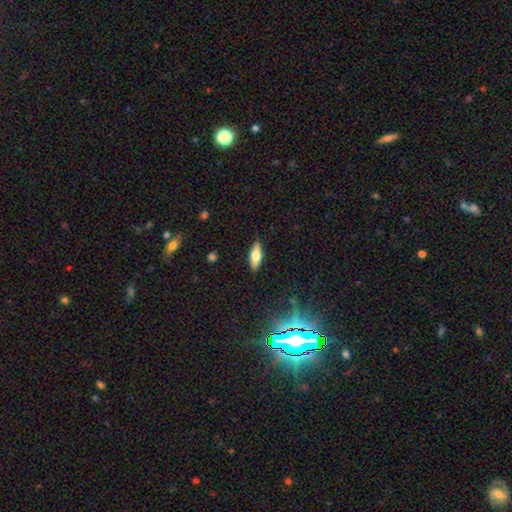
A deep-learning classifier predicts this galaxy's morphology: A smooth galaxy with no disk features (58%) that is in between round and cigar-shaped (62%).

Vote fractions:
- Smooth or featured? smooth: 58% / featured or disk: 35% / star or artifact: 8%
- How rounded? in between: 62% / cigar-shaped: 35% / round: 3%
- Merging? none: 88% / minor disturbance: 9% / major disturbance: 2% / merger: 1%